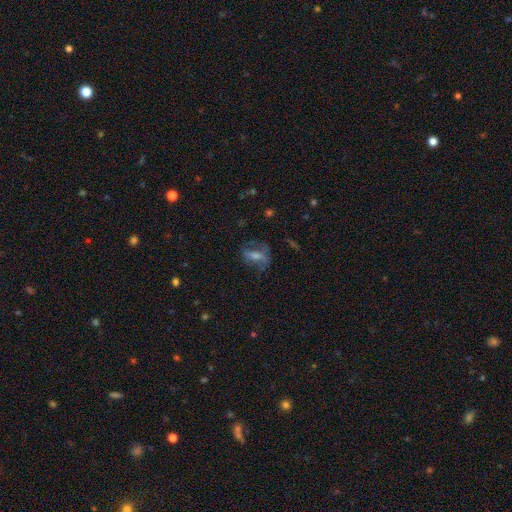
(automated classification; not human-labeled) smooth-or-featured: featured or disk: 45% | smooth: 43% | star or artifact: 12%
  merging: none: 54% | minor disturbance: 22% | major disturbance: 22% | merger: 2%